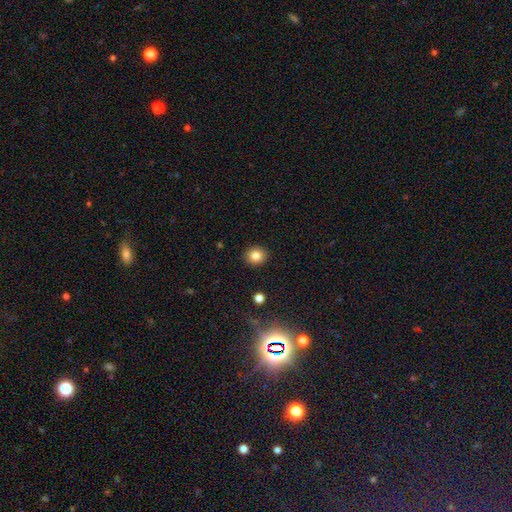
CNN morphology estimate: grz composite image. It shows a smooth galaxy with no disk features (82%) that is round (82%). Merging: none (91%).